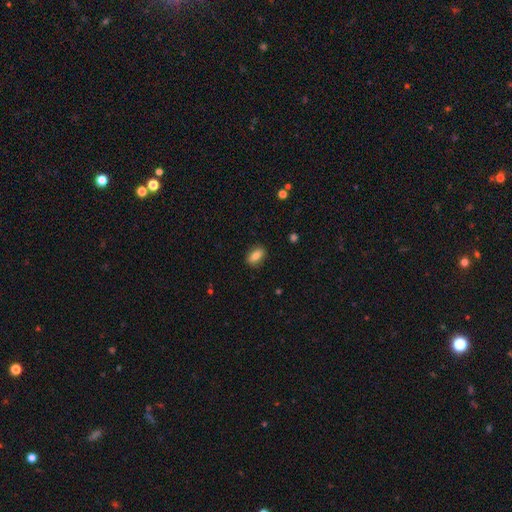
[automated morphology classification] Overall: smooth (83%). How rounded: in between (85%). Merging: none (87%).